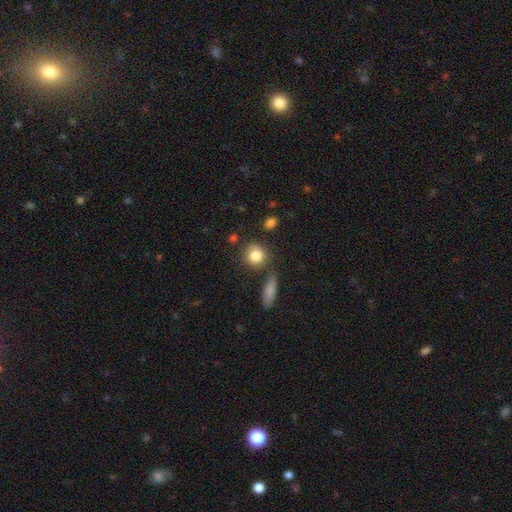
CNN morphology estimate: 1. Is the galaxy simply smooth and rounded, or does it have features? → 84% smooth, 9% star or artifact, 8% featured or disk.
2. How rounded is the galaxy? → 84% round, 14% in between, 2% cigar-shaped.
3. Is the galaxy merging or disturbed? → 75% none, 13% minor disturbance, 8% merger, 4% major disturbance.